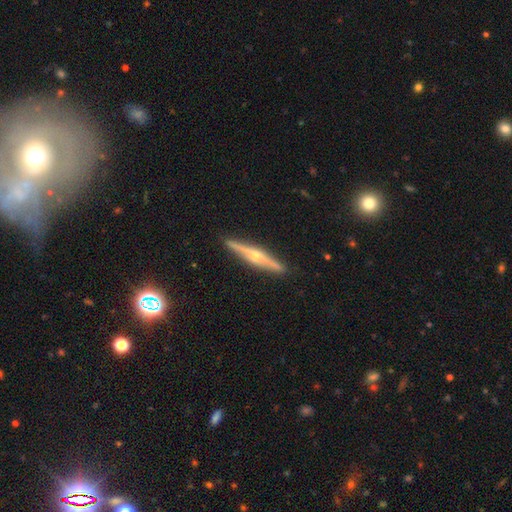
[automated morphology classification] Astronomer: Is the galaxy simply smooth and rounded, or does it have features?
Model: featured or disk — 79%.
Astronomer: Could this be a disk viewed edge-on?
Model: yes — 98%.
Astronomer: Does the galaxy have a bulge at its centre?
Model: rounded — 89%.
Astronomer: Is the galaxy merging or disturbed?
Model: none — 91%.